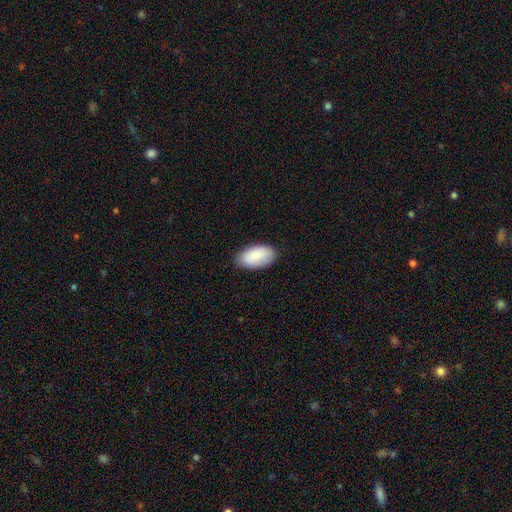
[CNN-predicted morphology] Smooth or featured?
  - smooth: 86% *
  - featured or disk: 8%
  - star or artifact: 6%
How rounded?
  - in between: 96% *
  - round: 3%
  - cigar-shaped: 2%
Merging?
  - none: 83% *
  - minor disturbance: 13%
  - major disturbance: 2%
  - merger: 1%